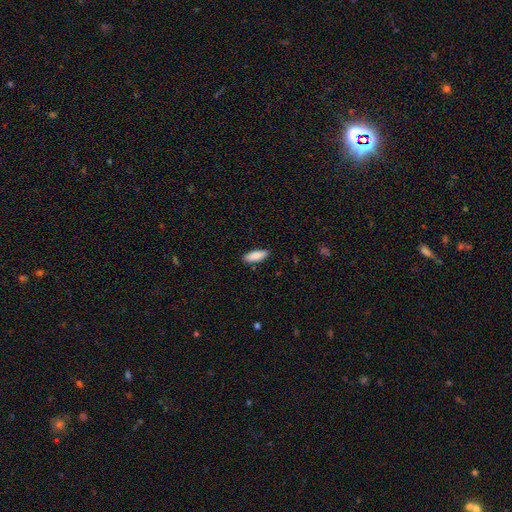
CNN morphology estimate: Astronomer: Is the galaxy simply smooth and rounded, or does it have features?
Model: smooth — 89%.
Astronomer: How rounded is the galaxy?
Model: in between — 73%.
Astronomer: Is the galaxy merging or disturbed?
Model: none — 87%.